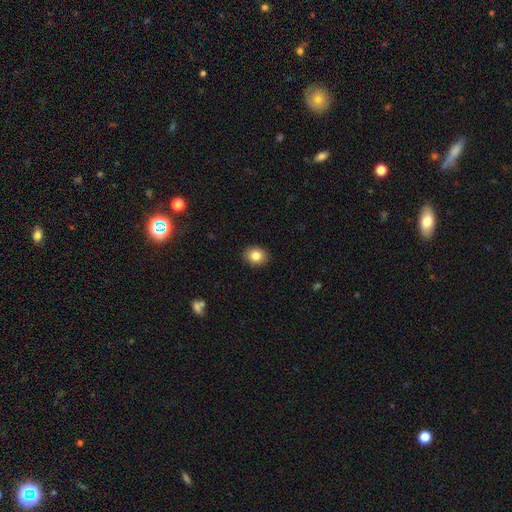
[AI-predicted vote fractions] smooth 84%, star or artifact 9%, featured or disk 7%. Down the decision tree: how rounded — round (59%); merging — none (91%).